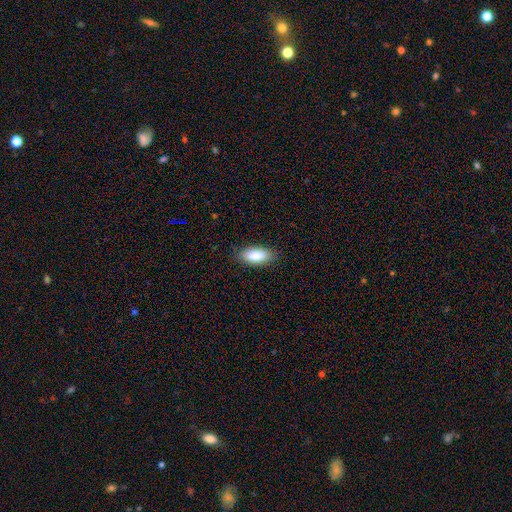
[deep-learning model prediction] Smooth or featured: smooth — 86% (featured or disk — 8%)
How rounded: in between — 86% (cigar-shaped — 12%)
Merging: none — 86% (minor disturbance — 10%)